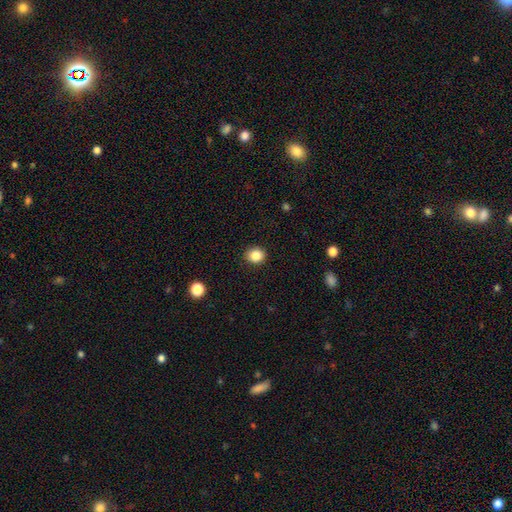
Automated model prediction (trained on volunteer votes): Smooth or featured? Predicted: smooth (p=0.86). How rounded? Predicted: round (p=0.79). Merging? Predicted: none (p=0.91).